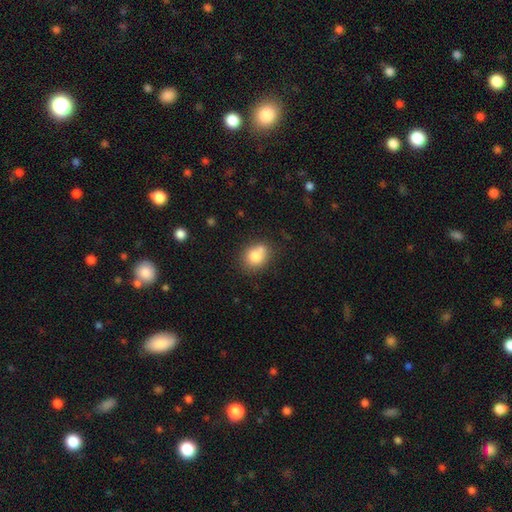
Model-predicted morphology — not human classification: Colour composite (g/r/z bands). It shows a smooth galaxy with no disk features (78%) that is round (64%). Merging: none (58%).